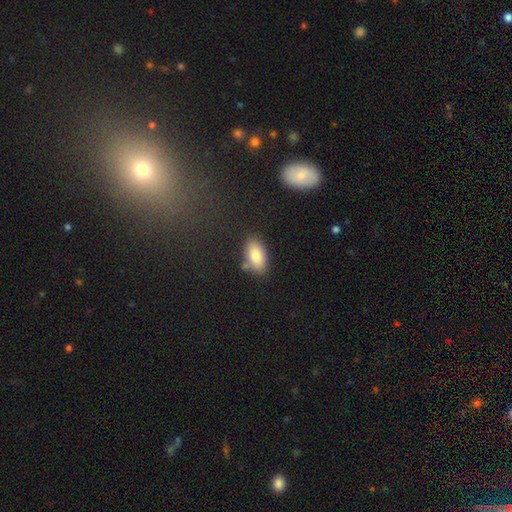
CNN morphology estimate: Overall: smooth (82%). How rounded: in between (92%). Merging: none (74%).